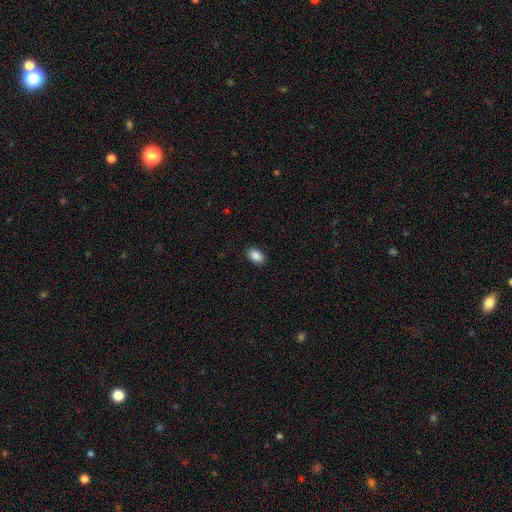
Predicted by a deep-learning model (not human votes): smooth-or-featured: smooth: 89% | star or artifact: 8% | featured or disk: 4%
  how-rounded: in between: 85% | round: 14% | cigar-shaped: 1%
  merging: none: 90% | minor disturbance: 8% | major disturbance: 2% | merger: 1%